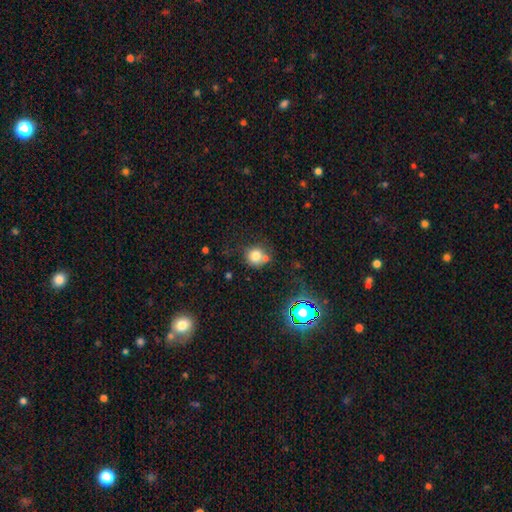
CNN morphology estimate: type=smooth (75%); roundness=round (86%); merging=none (56%).